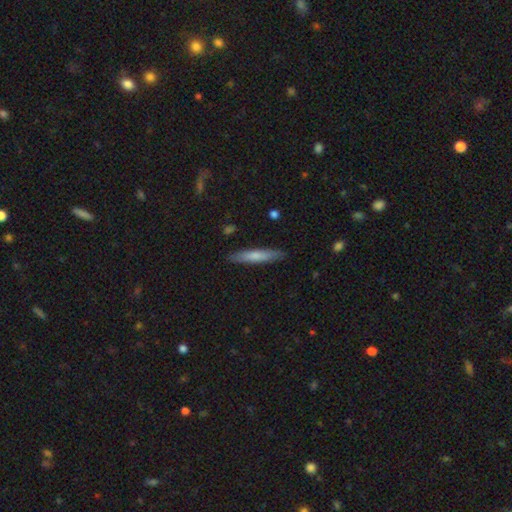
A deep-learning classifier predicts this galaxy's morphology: Q: Smooth or featured?
A: smooth (70%); runner-up: featured or disk (24%)
Q: How rounded?
A: cigar-shaped (90%); runner-up: in between (9%)
Q: Merging?
A: none (89%); runner-up: minor disturbance (9%)